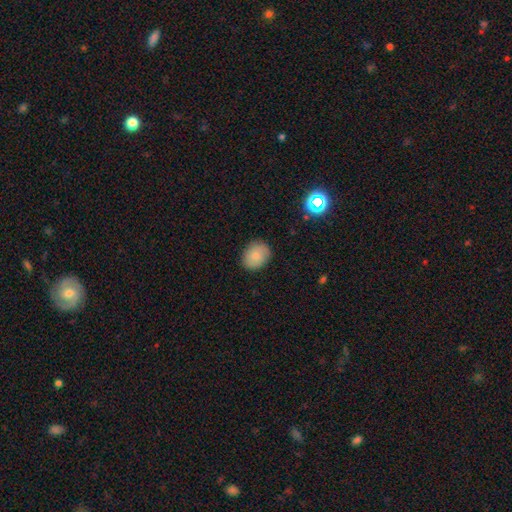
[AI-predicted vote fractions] Smooth or featured? Predicted: smooth (p=0.83). How rounded? Predicted: round (p=0.50, tied with in between). Merging? Predicted: none (p=0.85).